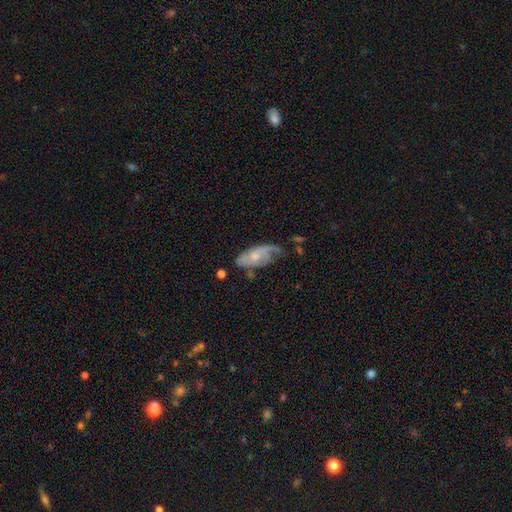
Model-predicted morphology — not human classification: featured or disk 65%, smooth 28%, star or artifact 7%. Down the decision tree: edge-on disk — no (91%); bar — no (72%); spiral arms — yes (83%); bulge size — moderate (49%); merging — none (44%).